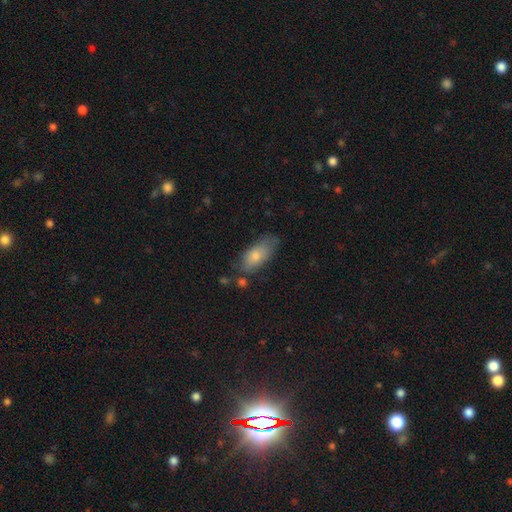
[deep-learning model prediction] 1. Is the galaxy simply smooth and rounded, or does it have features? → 78% smooth, 15% featured or disk, 7% star or artifact.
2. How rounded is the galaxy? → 84% in between, 14% cigar-shaped, 3% round.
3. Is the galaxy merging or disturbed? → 58% none, 28% minor disturbance, 8% major disturbance, 6% merger.